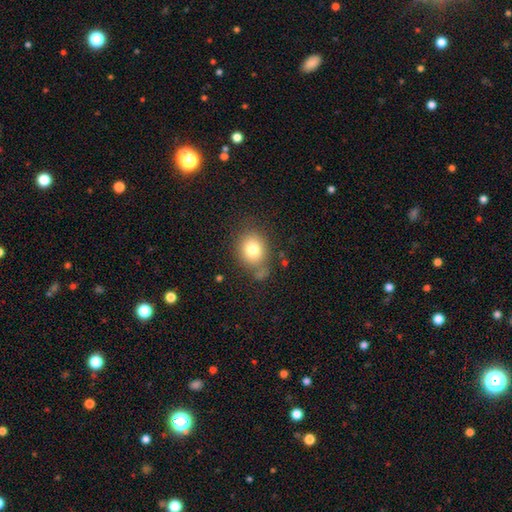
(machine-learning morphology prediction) Q: Smooth or featured?
A: smooth (70%); runner-up: star or artifact (20%)
Q: How rounded?
A: round (67%); runner-up: in between (32%)
Q: Merging?
A: none (78%); runner-up: minor disturbance (14%)